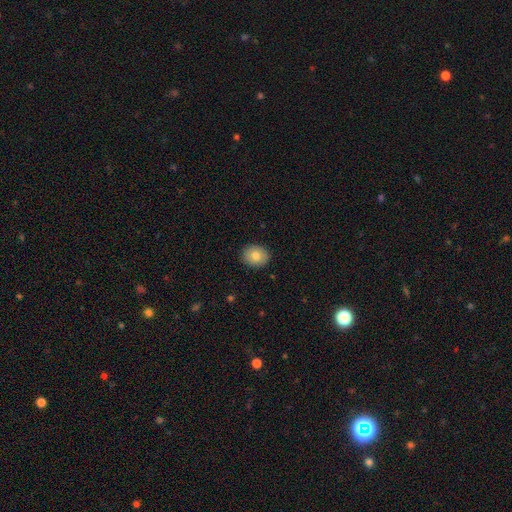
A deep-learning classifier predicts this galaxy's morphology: type=smooth (80%); roundness=round (57%); merging=none (90%).